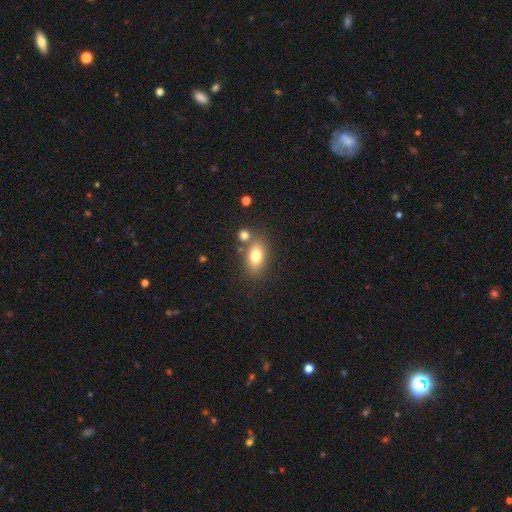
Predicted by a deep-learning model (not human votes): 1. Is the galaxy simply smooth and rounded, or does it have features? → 78% smooth, 13% featured or disk, 10% star or artifact.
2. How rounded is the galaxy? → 83% in between, 14% round, 3% cigar-shaped.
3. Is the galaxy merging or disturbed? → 70% none, 15% merger, 12% minor disturbance, 4% major disturbance.